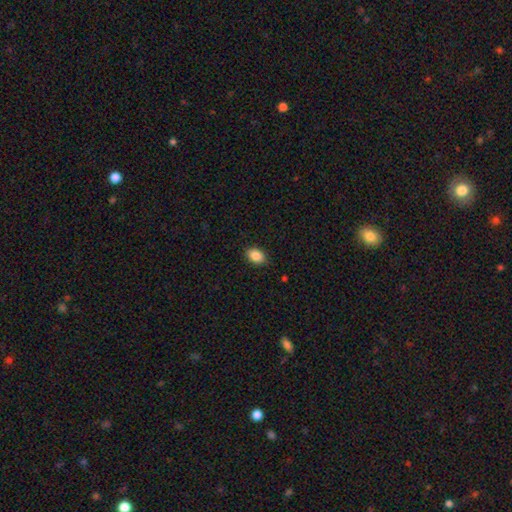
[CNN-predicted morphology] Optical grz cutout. It shows a smooth galaxy with no disk features (87%) that is in between round and cigar-shaped (80%). Merging: none (87%).